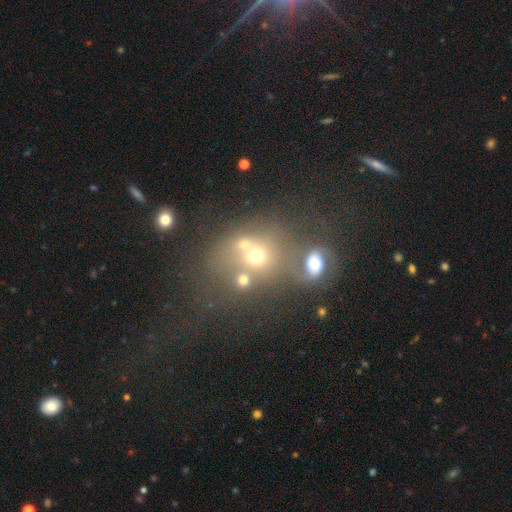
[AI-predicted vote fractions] Smooth or featured? Predicted: smooth (p=0.49). Merging? Predicted: merger (p=0.49).